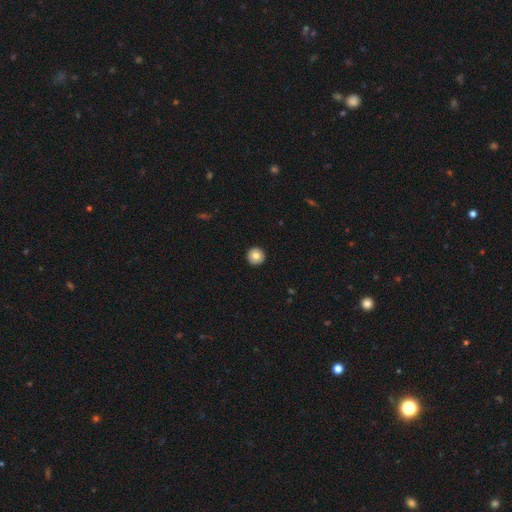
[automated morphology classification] smooth_or_featured: smooth (p=0.80) [alt: featured or disk p=0.12]
how_rounded: round (p=0.96) [alt: in between p=0.03]
merging: none (p=0.94) [alt: minor disturbance p=0.04]